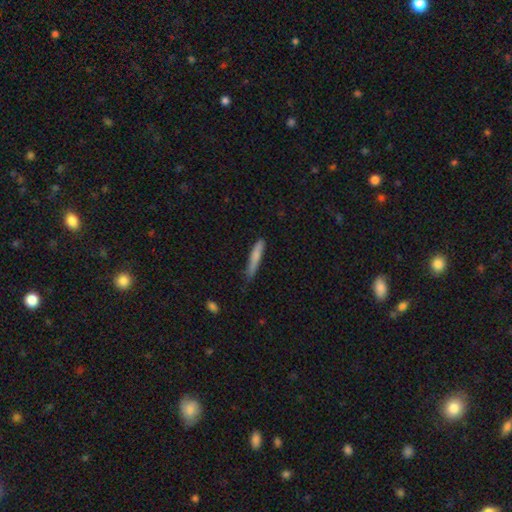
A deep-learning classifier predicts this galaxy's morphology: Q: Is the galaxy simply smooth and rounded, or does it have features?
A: smooth — 76%.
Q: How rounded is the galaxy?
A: cigar-shaped — 91%.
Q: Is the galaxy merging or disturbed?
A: none — 66%.